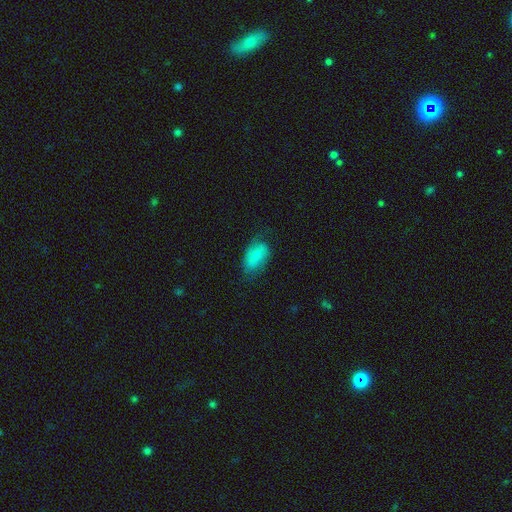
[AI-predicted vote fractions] Overall: smooth (68%). How rounded: in between (91%). Merging: none (61%; minor disturbance 26%).